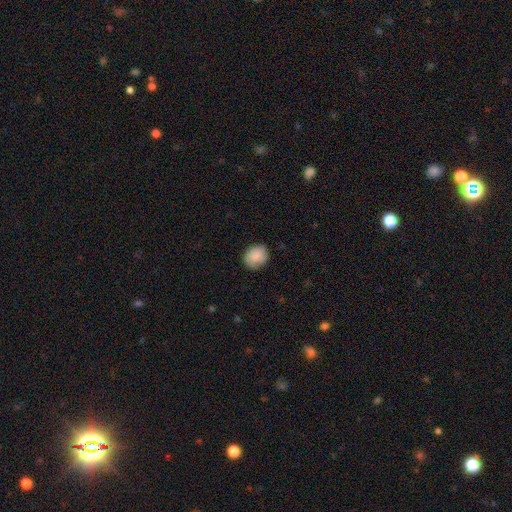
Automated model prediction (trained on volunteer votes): Smooth or featured: smooth — 86% (featured or disk — 7%)
How rounded: round — 71% (in between — 28%)
Merging: none — 81% (minor disturbance — 15%)